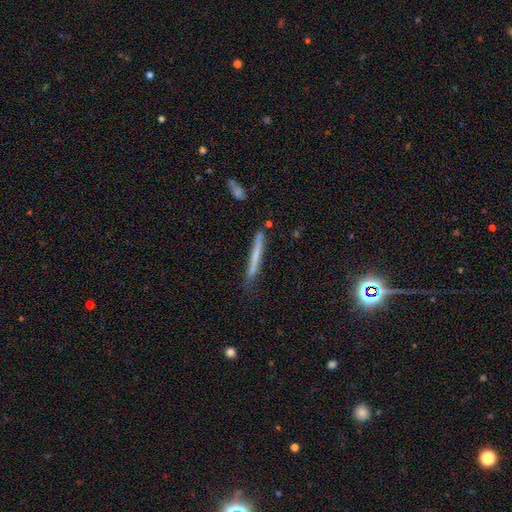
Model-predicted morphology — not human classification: This appears to be a smooth galaxy with no disk features (57%) that is cigar-shaped (96%). Merging: none (78%).